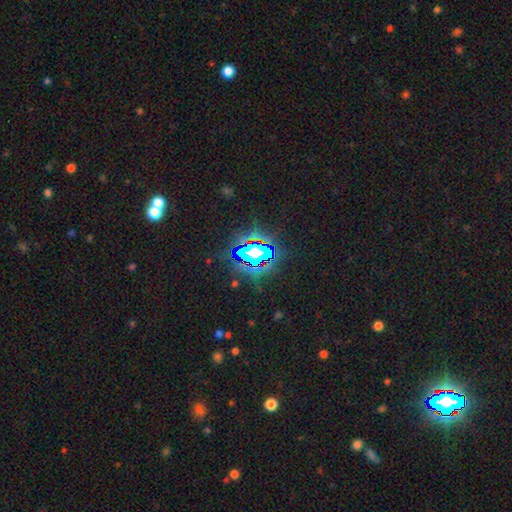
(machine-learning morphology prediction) Q: Smooth or featured?
A: star or artifact (67%); runner-up: smooth (20%)